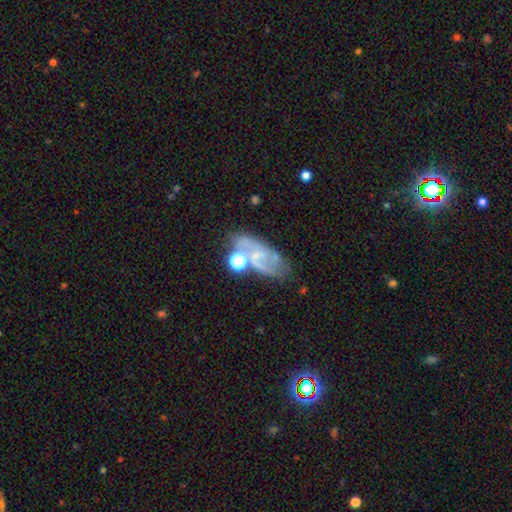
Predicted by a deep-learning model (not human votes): Morphology: type=featured or disk (58%); edge-on=no (93%); bar=no (52%); spiral arms=yes (74%); bulge=small (54%); merging=none (52%).